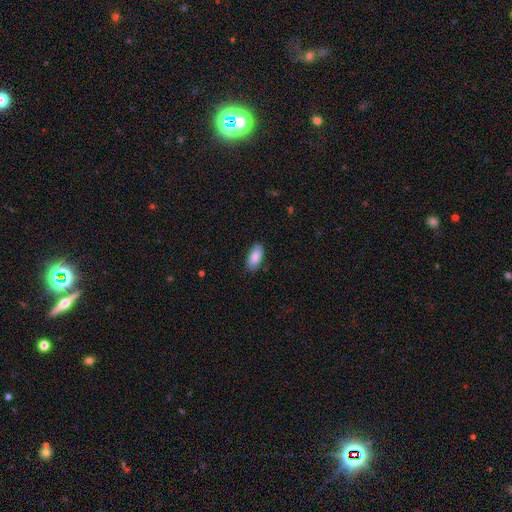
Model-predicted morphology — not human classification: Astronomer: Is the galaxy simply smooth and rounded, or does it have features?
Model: smooth — 86%.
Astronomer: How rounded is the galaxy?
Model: in between — 89%.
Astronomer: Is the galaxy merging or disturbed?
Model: none — 84%.